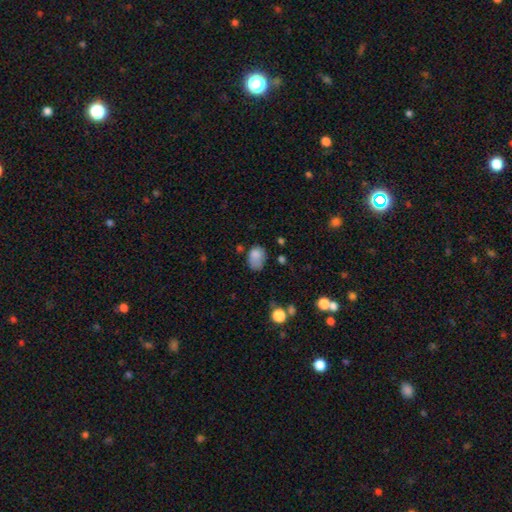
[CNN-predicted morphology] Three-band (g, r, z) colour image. It shows a smooth galaxy with no disk features (81%) that is in between round and cigar-shaped (73%). Merging: none (45%).